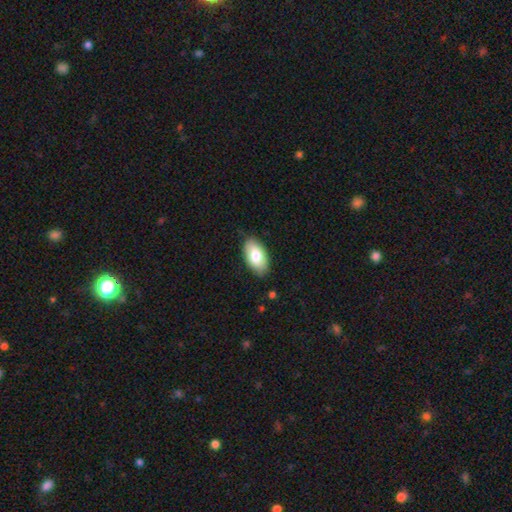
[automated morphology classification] type=smooth (79%); roundness=in between (95%); merging=none (84%).